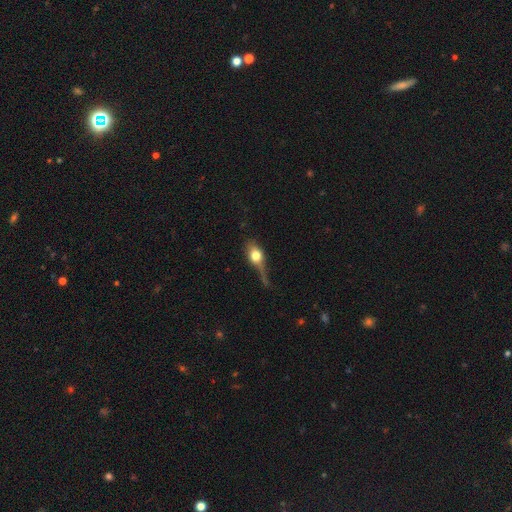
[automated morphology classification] The model was most divided on "merging": none: 32%, major disturbance: 31%, minor disturbance: 29%, merger: 7%. More confident: smooth or featured — smooth (62%); how rounded — in between (60%).